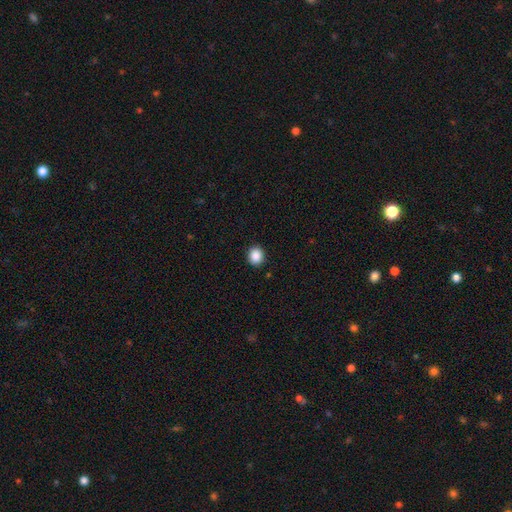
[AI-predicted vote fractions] The model was most divided on "how rounded": round: 76%, in between: 23%, cigar-shaped: 1%. More confident: merging — none (91%); smooth or featured — smooth (88%).